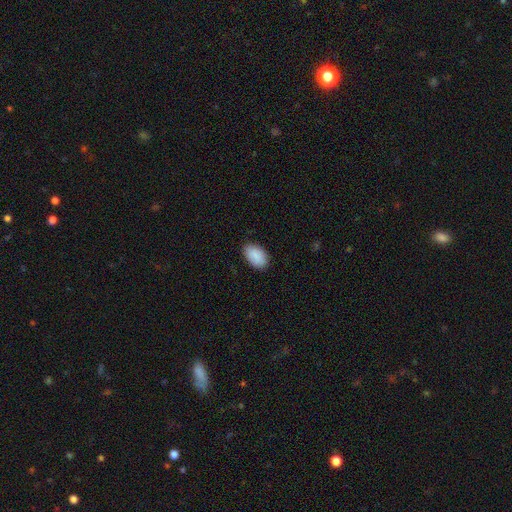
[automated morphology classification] This is clearly a smooth galaxy (89%). How rounded: clearly in between (94%). Merging: clearly none (84%).